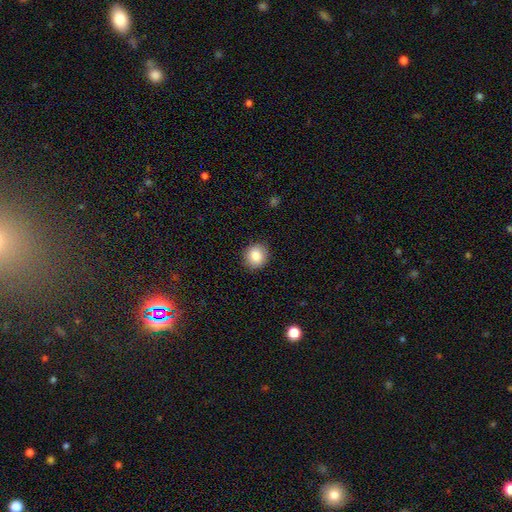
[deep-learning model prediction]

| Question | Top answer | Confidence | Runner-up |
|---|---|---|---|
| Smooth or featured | smooth | 84% | star or artifact (9%) |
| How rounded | round | 82% | in between (17%) |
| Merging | none | 88% | minor disturbance (9%) |